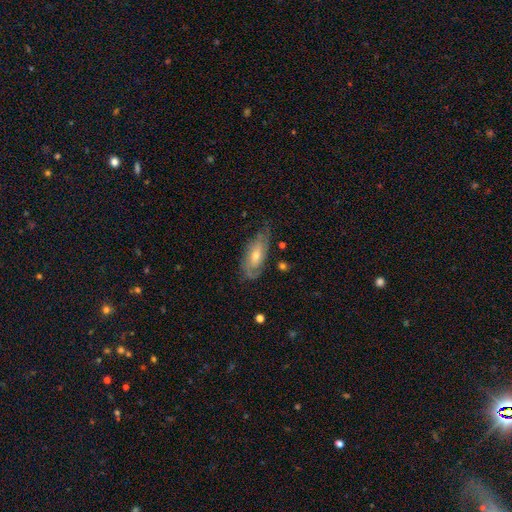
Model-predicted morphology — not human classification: Smooth or featured? Predicted: featured or disk (p=0.65). Edge-on disk? Predicted: no (p=0.84). Bar? Predicted: no (p=0.64). Spiral arms? Predicted: yes (p=0.82). Bulge size? Predicted: moderate (p=0.55). Merging? Predicted: none (p=0.65).